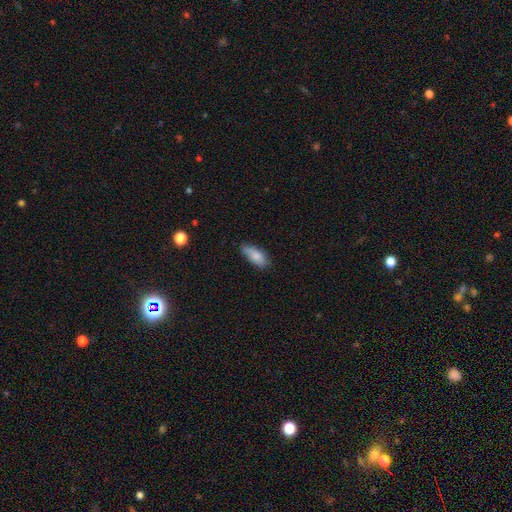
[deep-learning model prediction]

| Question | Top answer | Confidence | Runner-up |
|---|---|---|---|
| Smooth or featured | smooth | 82% | featured or disk (11%) |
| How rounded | in between | 80% | cigar-shaped (18%) |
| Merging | none | 66% | minor disturbance (27%) |